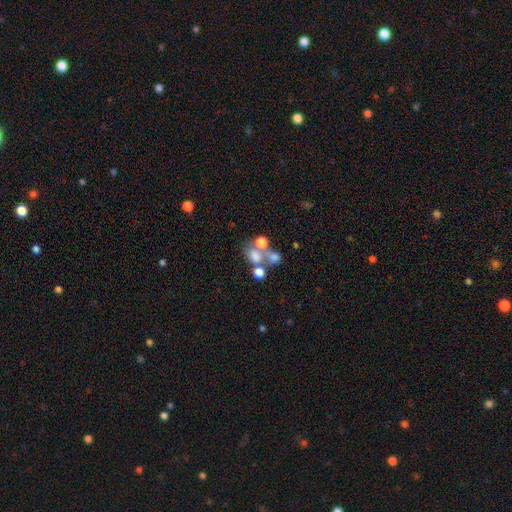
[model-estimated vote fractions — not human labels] A smooth galaxy with no disk features (62%) that is in between round and cigar-shaped (51%). Merging: merger (49%).